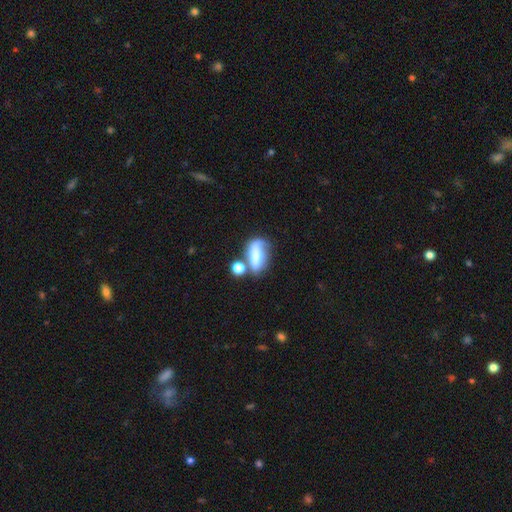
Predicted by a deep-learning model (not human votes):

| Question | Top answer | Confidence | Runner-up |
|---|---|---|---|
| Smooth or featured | smooth | 58% | featured or disk (32%) |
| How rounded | in between | 74% | cigar-shaped (14%) |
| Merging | merger | 35% | none (30%) |